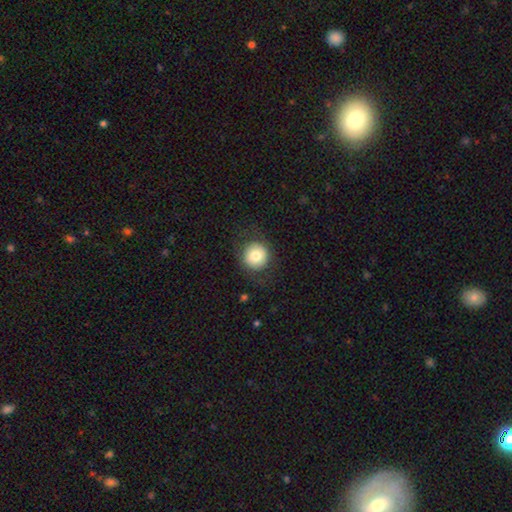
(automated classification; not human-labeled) smooth 76%, featured or disk 15%, star or artifact 9%. Down the decision tree: how rounded — round (93%); merging — none (84%).